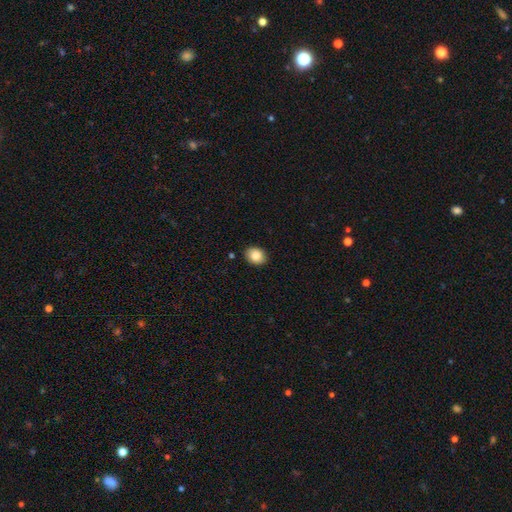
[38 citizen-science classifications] Smooth or featured?
  - smooth: 87% *
  - featured or disk: 8%
  - star or artifact: 5%
How rounded?
  - in between: 61% *
  - round: 36%
  - cigar-shaped: 3%
Merging?
  - none: 94% *
  - minor disturbance: 3%
  - major disturbance: 3%
  - merger: 0%